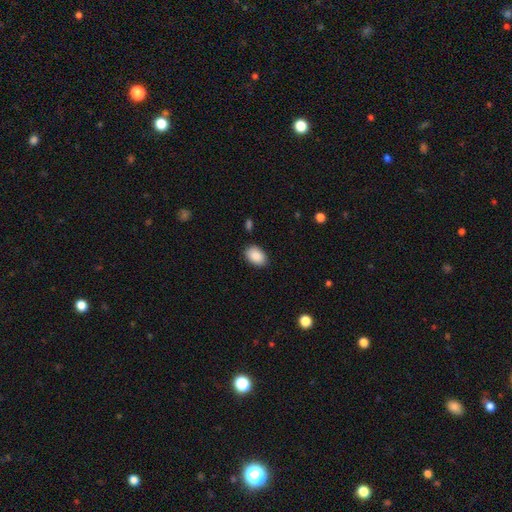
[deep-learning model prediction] Smooth or featured: smooth — 90% (star or artifact — 7%)
How rounded: in between — 87% (round — 12%)
Merging: none — 85% (minor disturbance — 11%)